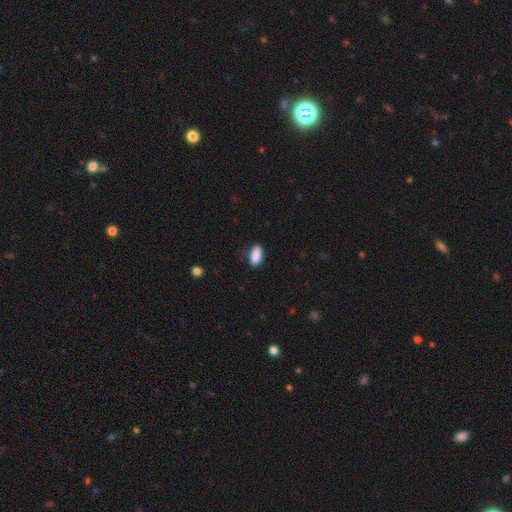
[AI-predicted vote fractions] Morphology: type=smooth (89%); roundness=in between (89%); merging=none (82%).